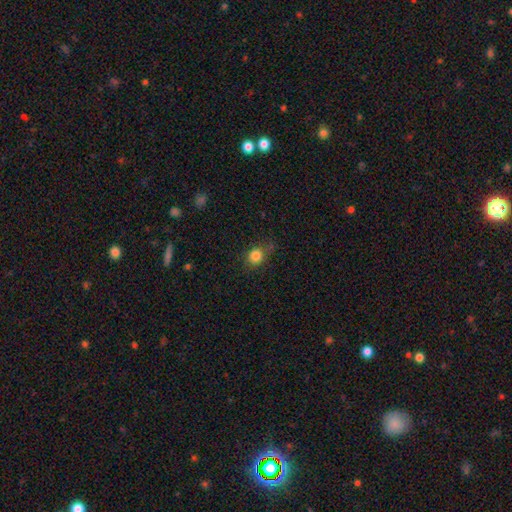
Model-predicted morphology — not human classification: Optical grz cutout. It shows a smooth galaxy with no disk features (83%) that is round (72%). Merging: none (70%).